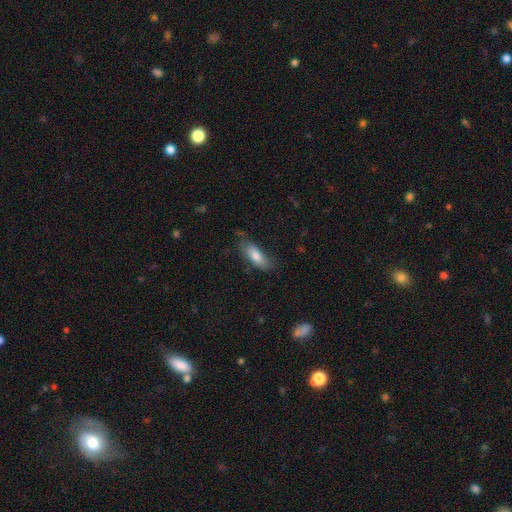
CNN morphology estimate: This is likely a smooth galaxy (77%). How rounded: likely in between (70%). Merging: likely none (64%).